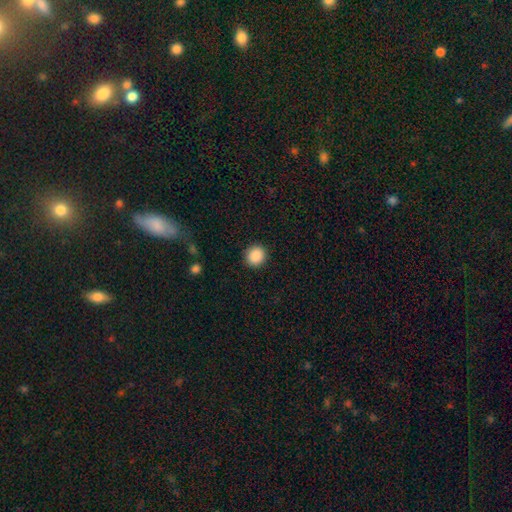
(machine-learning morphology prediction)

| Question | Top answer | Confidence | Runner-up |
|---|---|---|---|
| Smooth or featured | smooth | 89% | star or artifact (8%) |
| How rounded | round | 90% | in between (9%) |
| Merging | none | 91% | minor disturbance (6%) |